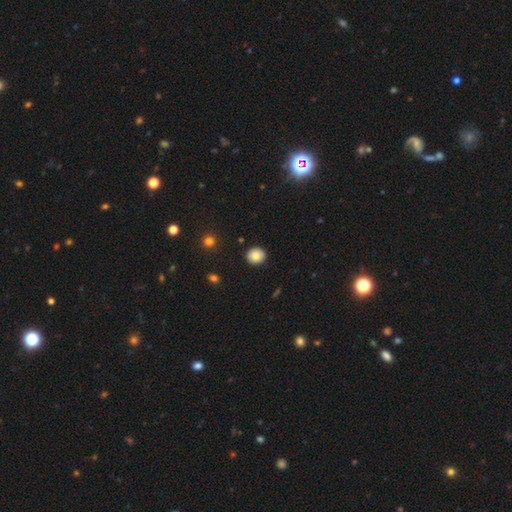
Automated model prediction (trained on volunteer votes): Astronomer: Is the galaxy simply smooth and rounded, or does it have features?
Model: smooth — 82%.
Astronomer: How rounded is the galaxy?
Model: round — 83%.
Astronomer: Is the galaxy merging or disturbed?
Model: none — 92%.